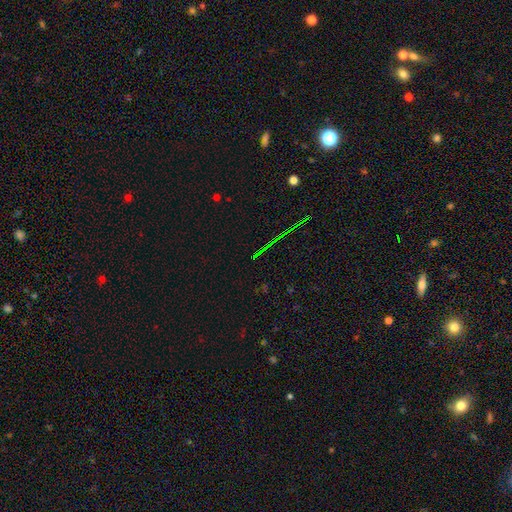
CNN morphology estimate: Smooth or featured? star or artifact (74%)